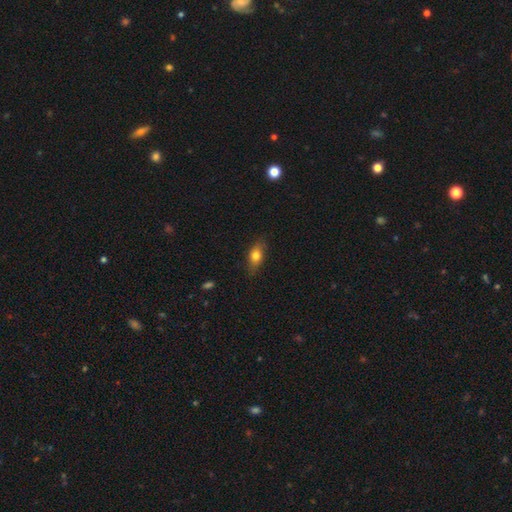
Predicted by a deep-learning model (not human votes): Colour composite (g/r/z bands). It shows a smooth galaxy with no disk features (74%) that is in between round and cigar-shaped (77%). Merging: none (78%).